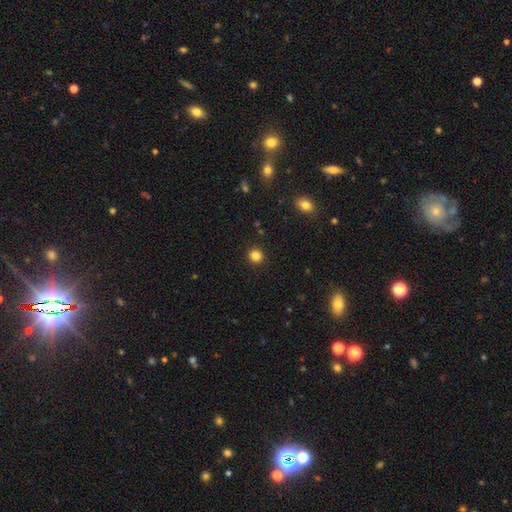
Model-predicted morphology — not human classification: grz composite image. It shows a smooth galaxy with no disk features (84%) that is round (92%). Merging: none (92%).